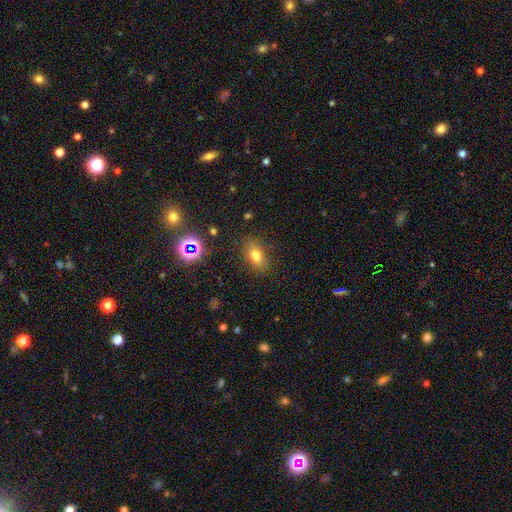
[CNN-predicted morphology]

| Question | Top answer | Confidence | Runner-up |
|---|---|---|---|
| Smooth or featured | smooth | 74% | star or artifact (15%) |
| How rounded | in between | 81% | round (14%) |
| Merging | none | 84% | minor disturbance (11%) |